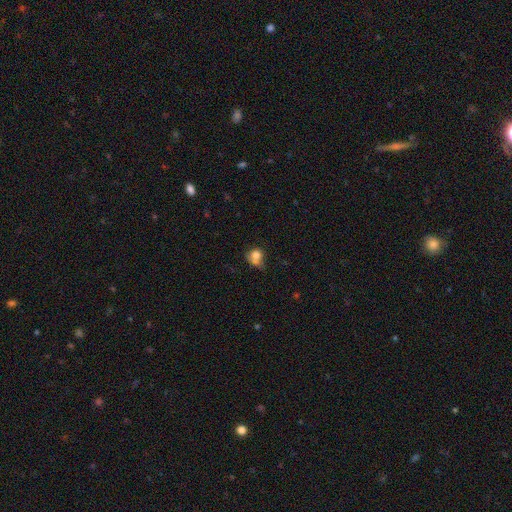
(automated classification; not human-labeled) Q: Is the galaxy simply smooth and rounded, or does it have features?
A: smooth — 75%.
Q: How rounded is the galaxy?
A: round — 67%.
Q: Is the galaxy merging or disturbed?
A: none — 36%.